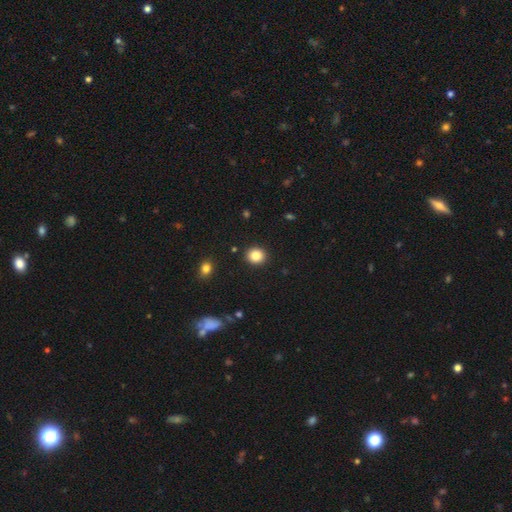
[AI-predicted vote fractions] smooth 84%, star or artifact 10%, featured or disk 6%. Down the decision tree: how rounded — round (79%); merging — none (91%).